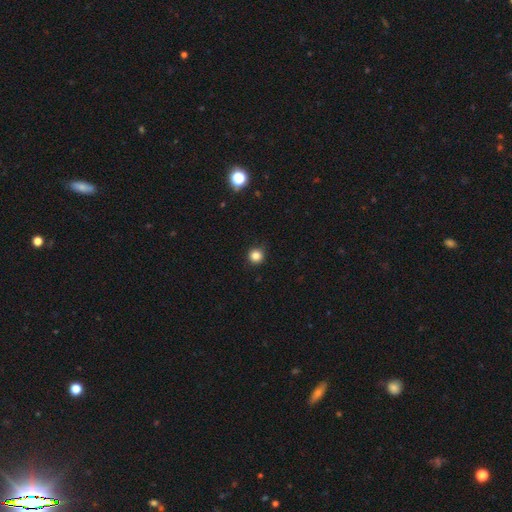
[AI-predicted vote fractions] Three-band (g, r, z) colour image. It shows a smooth galaxy with no disk features (84%) that is round (95%). Merging: none (91%).